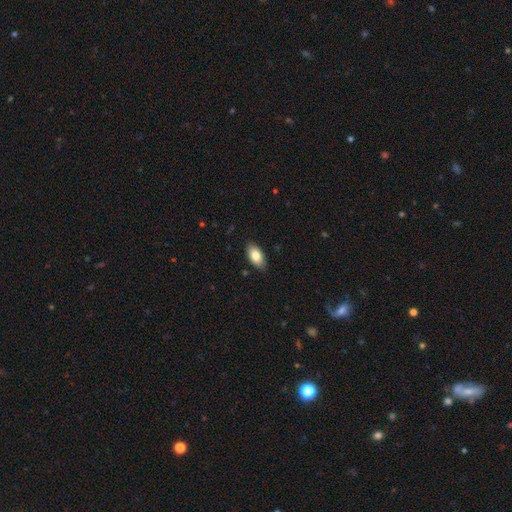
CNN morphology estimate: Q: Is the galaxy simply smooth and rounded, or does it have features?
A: smooth — 82%.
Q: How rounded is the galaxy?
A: in between — 93%.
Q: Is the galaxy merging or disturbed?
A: none — 86%.